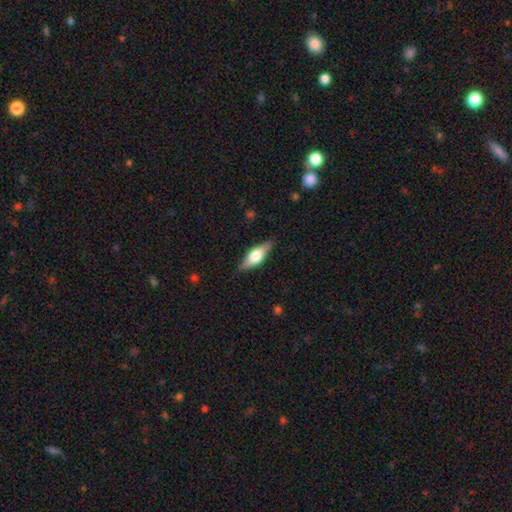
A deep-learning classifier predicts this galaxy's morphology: Smooth or featured? Predicted: featured or disk (p=0.47, tied with smooth). Merging? Predicted: none (p=0.85).